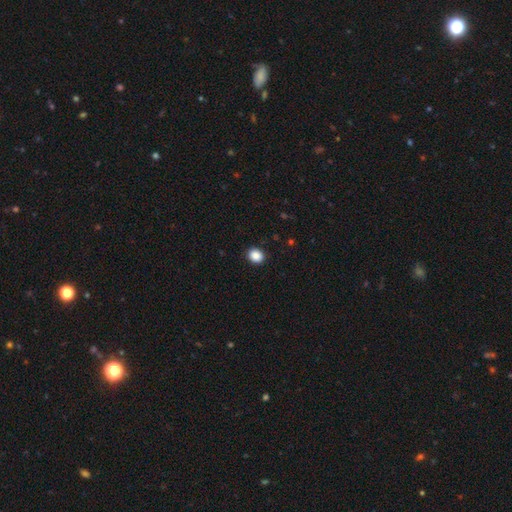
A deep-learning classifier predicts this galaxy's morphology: Smooth or featured: smooth — 88% (star or artifact — 9%)
How rounded: round — 63% (in between — 37%)
Merging: none — 91% (minor disturbance — 6%)